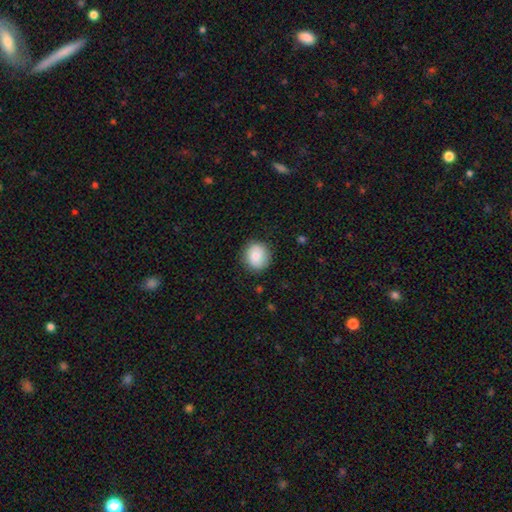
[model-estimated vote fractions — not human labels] This is likely a smooth galaxy (75%). How rounded: clearly round (84%). Merging: clearly none (85%).